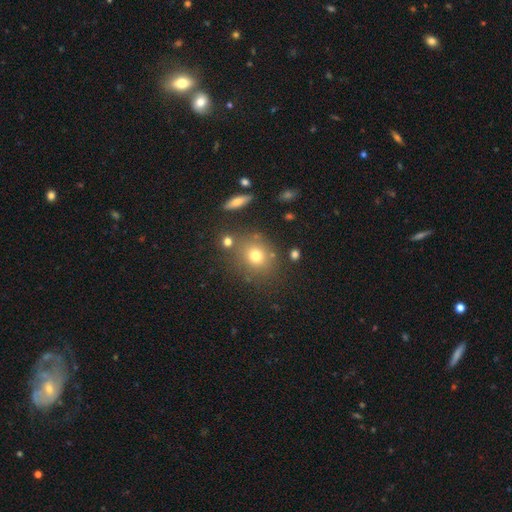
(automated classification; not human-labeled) This appears to be a smooth galaxy with no disk features (72%) that is round (76%). Merging: none (75%).